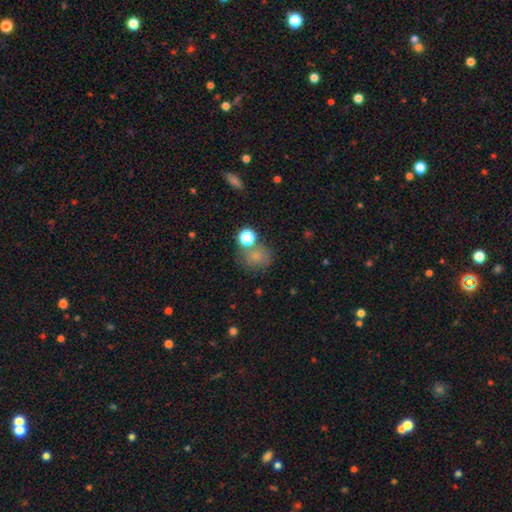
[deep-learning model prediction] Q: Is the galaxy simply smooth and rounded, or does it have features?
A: smooth — 72%.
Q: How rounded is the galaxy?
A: round — 77%.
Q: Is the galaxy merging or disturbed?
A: none — 60%.